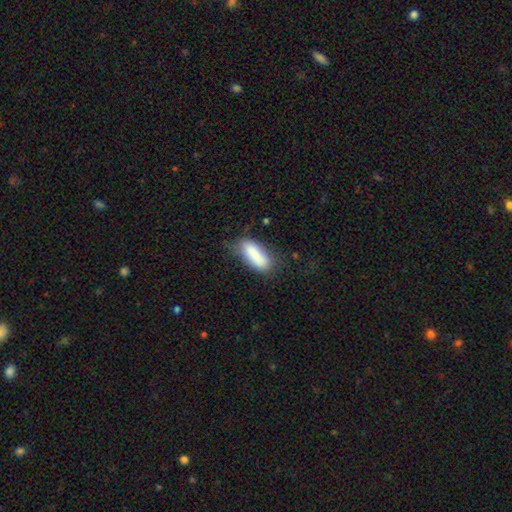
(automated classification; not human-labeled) This is likely a smooth galaxy (79%). How rounded: likely in between (73%). Merging: likely none (66%).